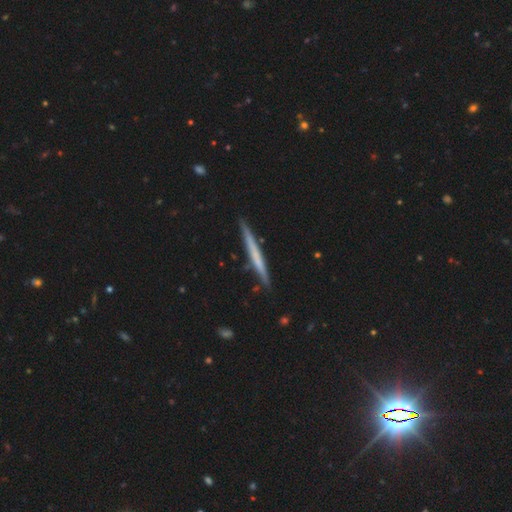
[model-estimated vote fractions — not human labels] This is possibly a featured or disk galaxy (48%). Merging: clearly none (89%).